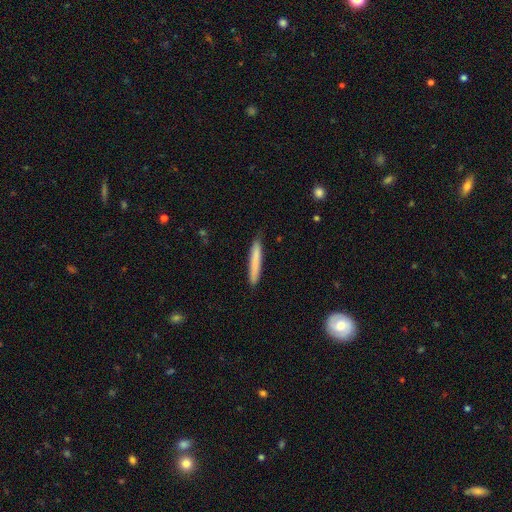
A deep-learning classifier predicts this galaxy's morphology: smooth 73%, featured or disk 21%, star or artifact 6%. Down the decision tree: how rounded — cigar-shaped (96%); merging — none (89%).